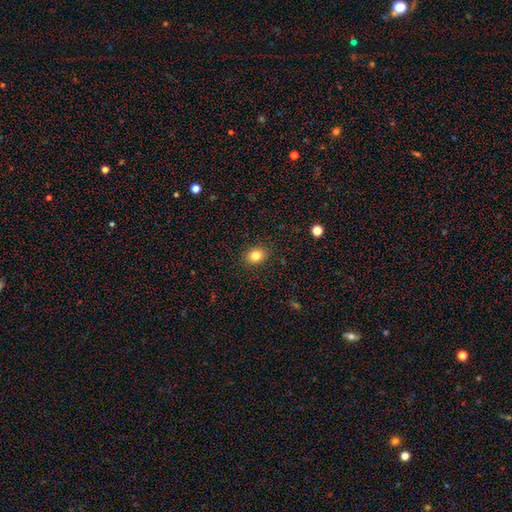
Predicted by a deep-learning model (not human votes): Q: Smooth or featured?
A: smooth (82%); runner-up: star or artifact (11%)
Q: How rounded?
A: round (53%); runner-up: in between (46%)
Q: Merging?
A: none (89%); runner-up: minor disturbance (8%)